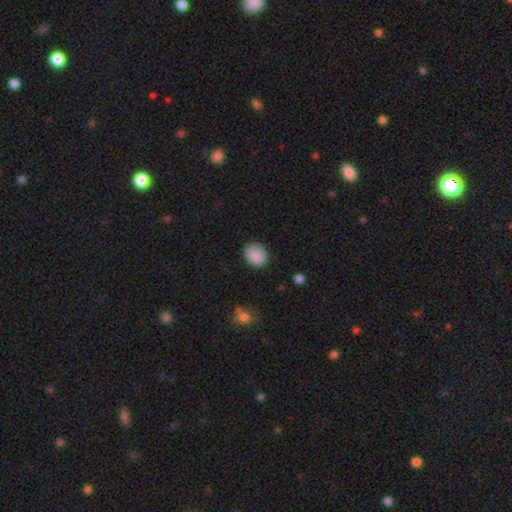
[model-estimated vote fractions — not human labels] Overall: smooth (88%). How rounded: round (58%; in between 41%). Merging: none (81%).